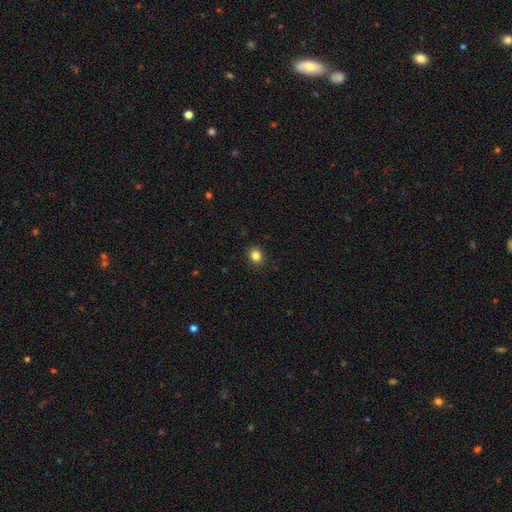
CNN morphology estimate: A smooth galaxy with no disk features (84%) that is round (65%). Merging: none (89%).